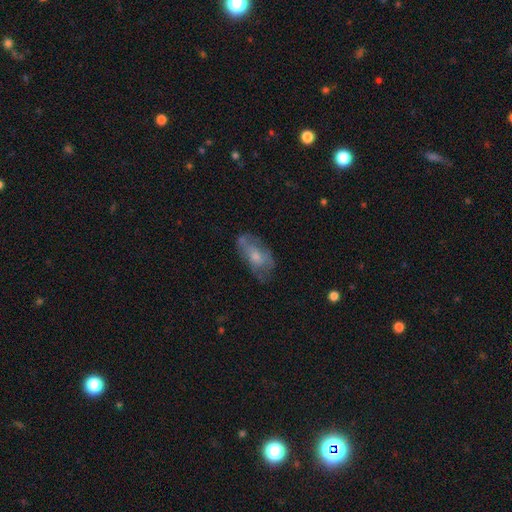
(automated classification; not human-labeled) Overall: smooth (46%, tied with featured or disk). Merging: none (53%; minor disturbance 28%).